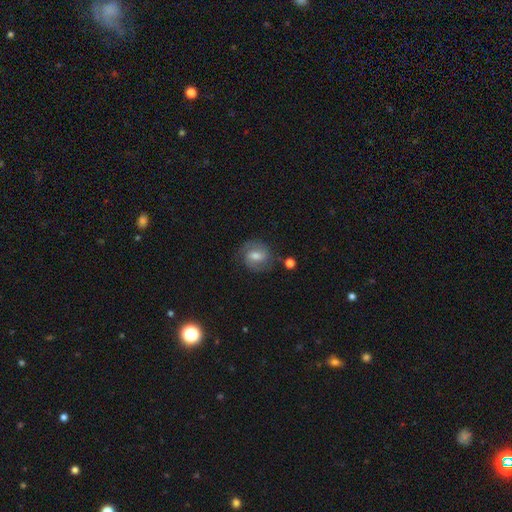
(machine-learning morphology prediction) Smooth or featured? featured or disk (60%)
Edge-on disk? no (97%)
Bar? weak (53%)
Spiral arms? yes (88%)
Spiral winding? medium (48%)
Spiral arm count? 2 (83%)
Bulge size? moderate (61%)
Merging? none (76%)